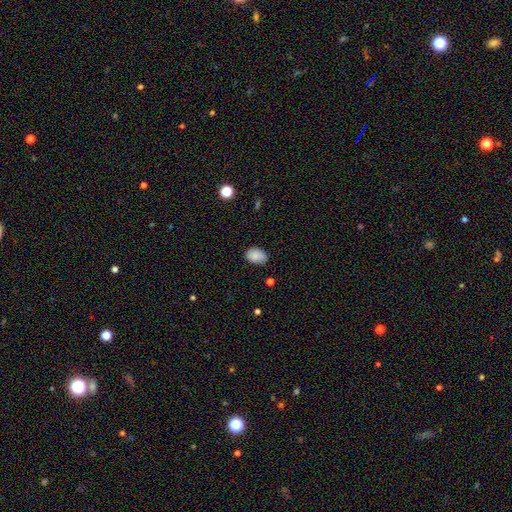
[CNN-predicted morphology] smooth-or-featured: smooth: 86% | star or artifact: 8% | featured or disk: 6%
  how-rounded: in between: 84% | round: 15% | cigar-shaped: 1%
  merging: none: 79% | minor disturbance: 17% | major disturbance: 3% | merger: 1%